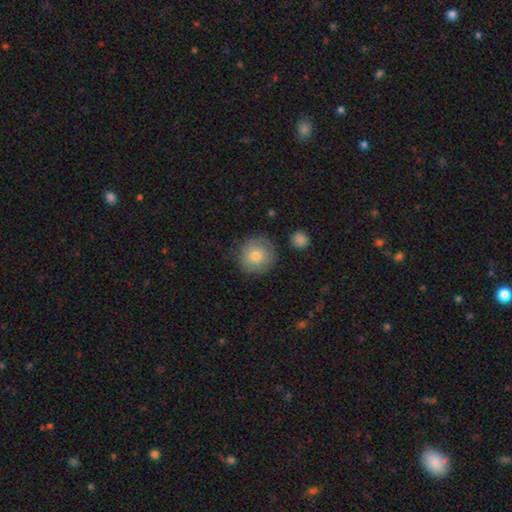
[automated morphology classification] This appears to be a smooth galaxy with no disk features (75%) that is round (93%). Merging: none (82%).